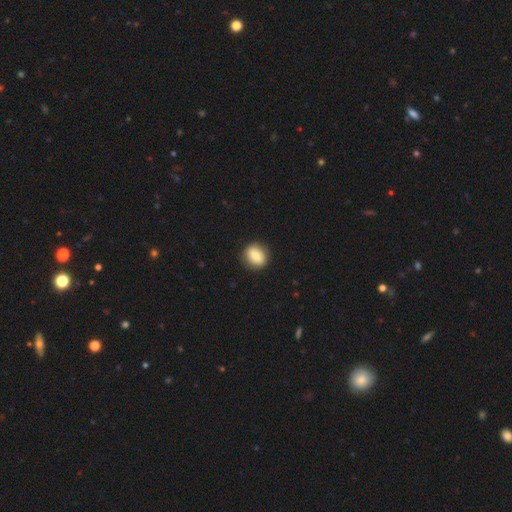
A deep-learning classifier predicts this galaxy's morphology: Smooth or featured: smooth — 79% (featured or disk — 14%)
How rounded: round — 65% (in between — 34%)
Merging: none — 88% (minor disturbance — 9%)